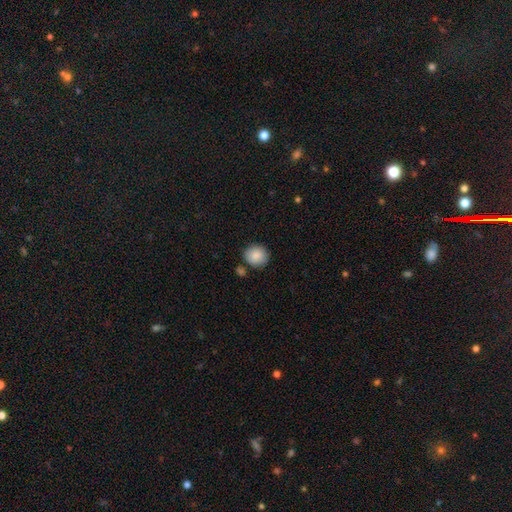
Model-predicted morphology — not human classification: Smooth or featured: smooth — 88% (star or artifact — 7%)
How rounded: round — 85% (in between — 14%)
Merging: none — 81% (minor disturbance — 10%)